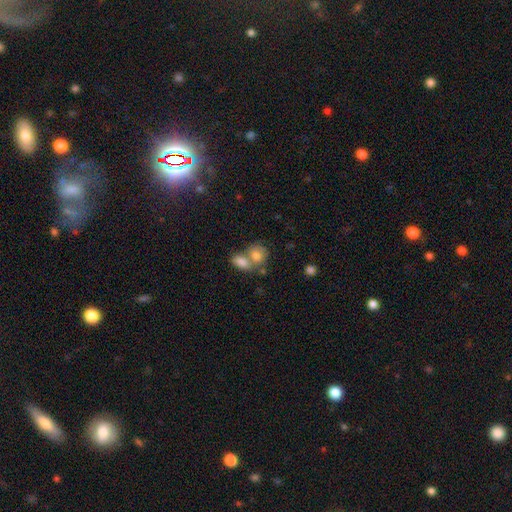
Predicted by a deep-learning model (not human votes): Smooth or featured? smooth (76%)
How rounded? in between (51%)
Merging? merger (55%)